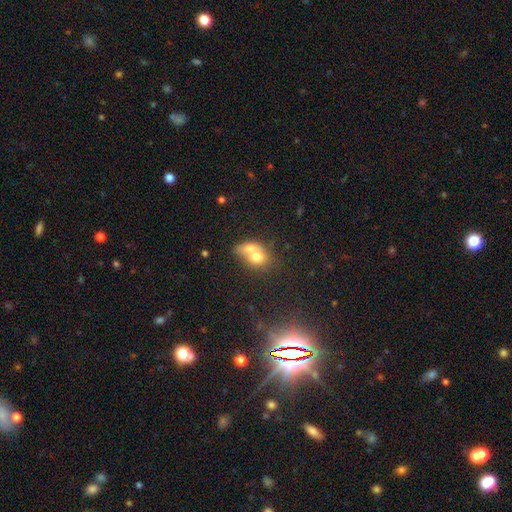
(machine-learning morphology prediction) This appears to be a smooth galaxy with no disk features (65%) that is in between round and cigar-shaped (53%). Merging: merger (64%).